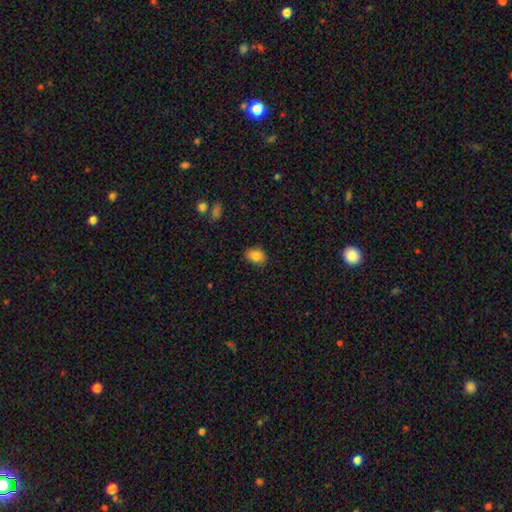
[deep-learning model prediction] Smooth or featured? smooth (83%)
How rounded? in between (64%)
Merging? none (83%)